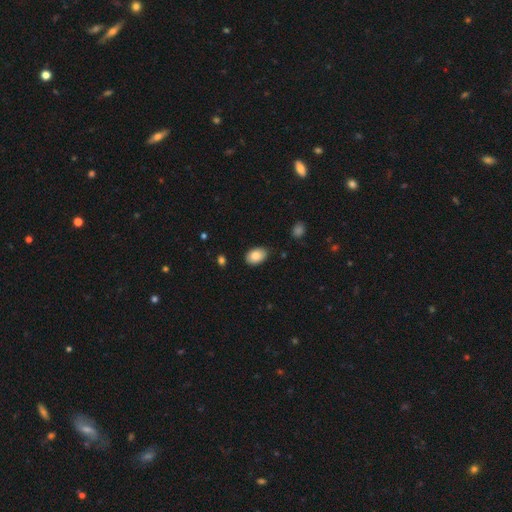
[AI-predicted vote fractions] Smooth or featured? smooth (86%)
How rounded? in between (86%)
Merging? none (84%)